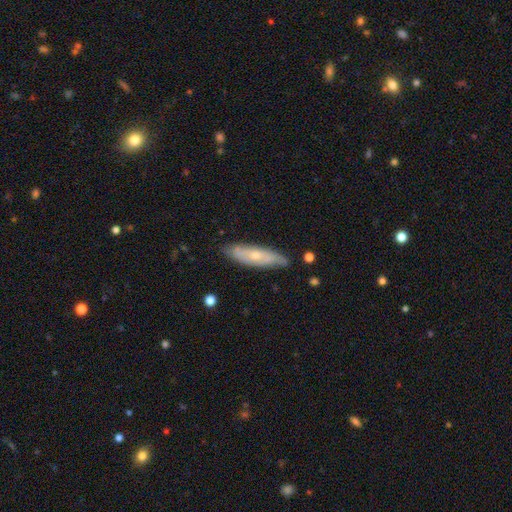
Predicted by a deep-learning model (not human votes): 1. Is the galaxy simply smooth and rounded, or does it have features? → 55% featured or disk, 39% smooth, 6% star or artifact.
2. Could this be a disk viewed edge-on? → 62% no, 38% yes.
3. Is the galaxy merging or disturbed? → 78% none, 18% minor disturbance, 3% major disturbance, 2% merger.